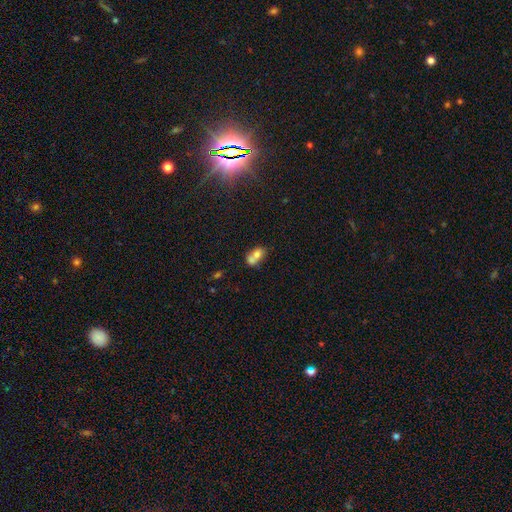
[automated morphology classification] Smooth or featured: smooth — 69% (featured or disk — 21%)
How rounded: in between — 61% (round — 37%)
Merging: merger — 68% (none — 20%)